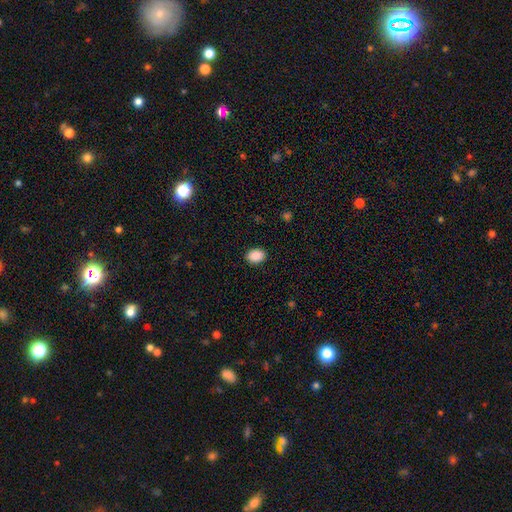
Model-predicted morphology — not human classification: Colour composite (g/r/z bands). It shows a smooth galaxy with no disk features (90%) that is in between round and cigar-shaped (74%). Merging: none (89%).